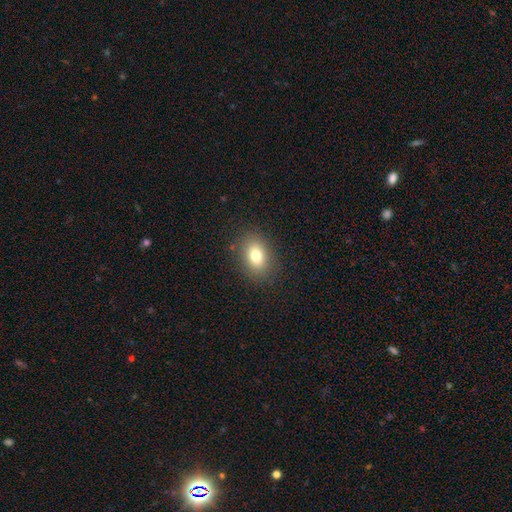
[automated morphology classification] Q: Smooth or featured?
A: smooth (78%); runner-up: featured or disk (11%)
Q: How rounded?
A: in between (74%); runner-up: round (24%)
Q: Merging?
A: none (86%); runner-up: minor disturbance (10%)